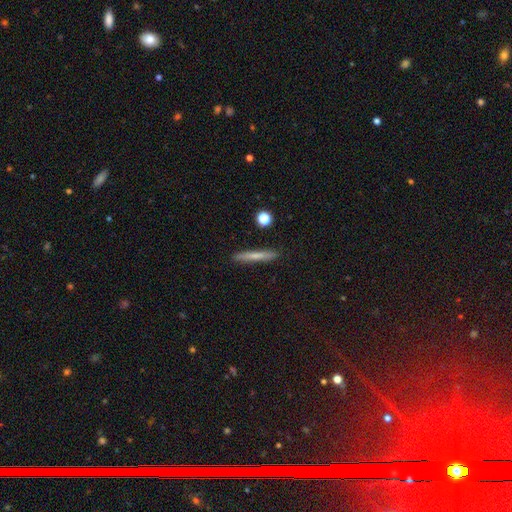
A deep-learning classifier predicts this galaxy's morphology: This appears to be a smooth galaxy with no disk features (63%) that is cigar-shaped (94%). Merging: none (89%).